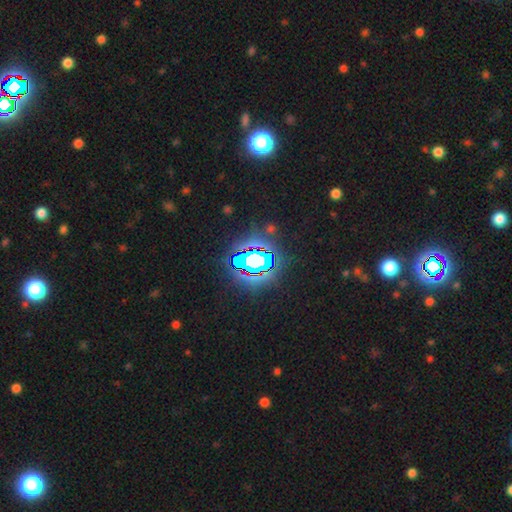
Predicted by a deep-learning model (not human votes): This is clearly a star or artifact rather than a galaxy (84%).